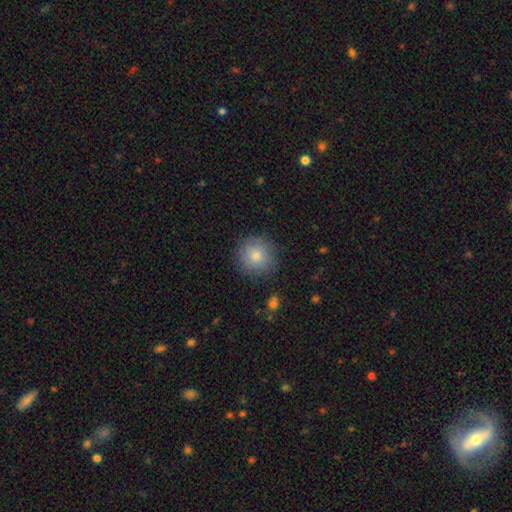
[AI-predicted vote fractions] Q: Smooth or featured?
A: smooth (78%); runner-up: featured or disk (11%)
Q: How rounded?
A: round (94%); runner-up: in between (5%)
Q: Merging?
A: none (87%); runner-up: minor disturbance (9%)